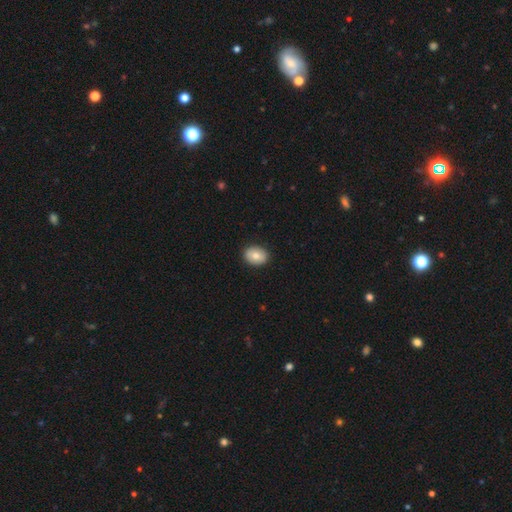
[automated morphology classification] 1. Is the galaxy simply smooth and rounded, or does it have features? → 79% smooth, 14% featured or disk, 7% star or artifact.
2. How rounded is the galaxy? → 60% in between, 39% round, 1% cigar-shaped.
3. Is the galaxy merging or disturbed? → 90% none, 7% minor disturbance, 2% major disturbance, 1% merger.